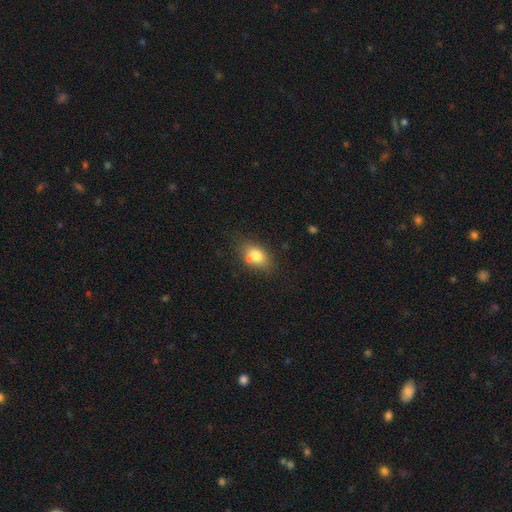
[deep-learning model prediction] This appears to be a smooth galaxy with no disk features (77%) that is in between round and cigar-shaped (79%). Merging: none (60%).